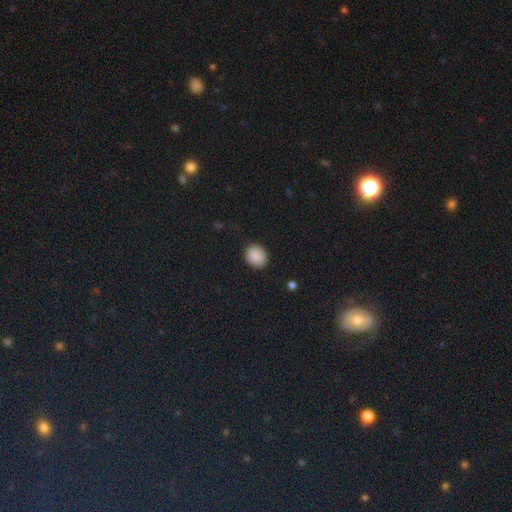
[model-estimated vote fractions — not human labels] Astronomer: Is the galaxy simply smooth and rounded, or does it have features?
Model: smooth — 89%.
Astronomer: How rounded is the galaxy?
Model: round — 60% (runner-up: in between, 39%).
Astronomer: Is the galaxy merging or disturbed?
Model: none — 88%.